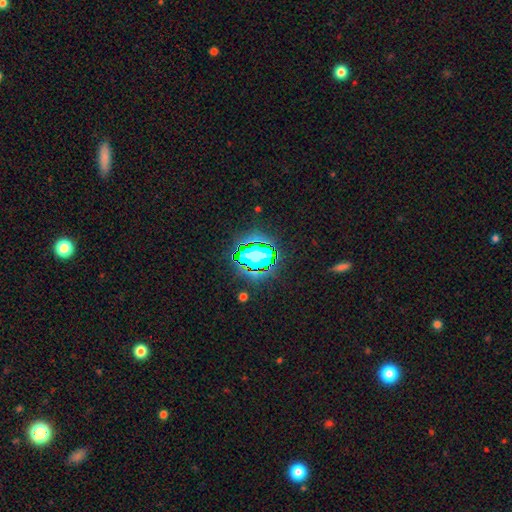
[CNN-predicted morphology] Smooth or featured: star or artifact — 62% (smooth — 25%)